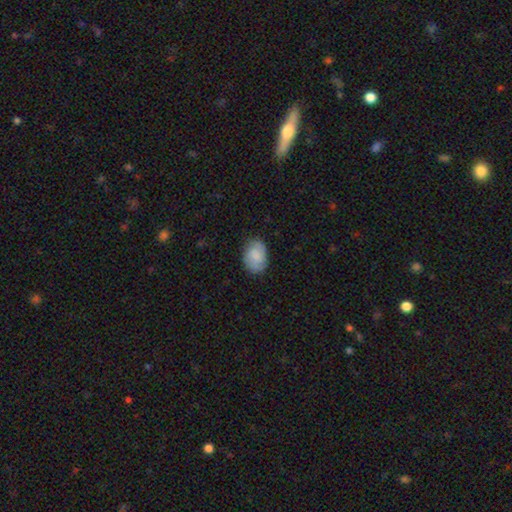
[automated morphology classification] smooth 72%, featured or disk 21%, star or artifact 7%. Down the decision tree: how rounded — in between (79%); merging — none (78%).